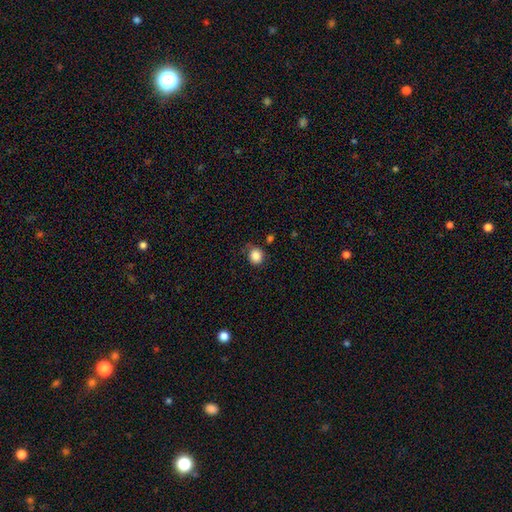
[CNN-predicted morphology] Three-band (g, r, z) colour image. It shows a smooth galaxy with no disk features (85%) that is round (79%). Merging: none (76%).